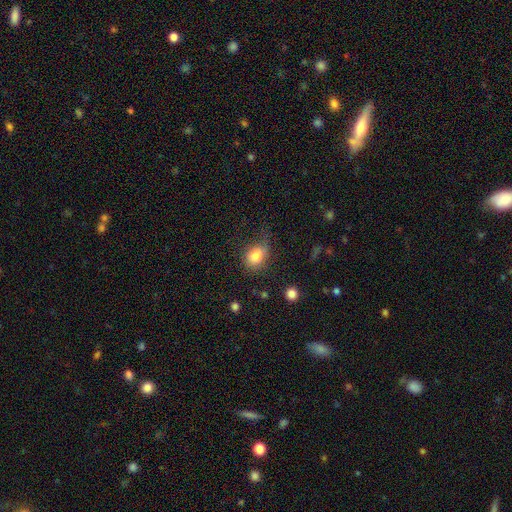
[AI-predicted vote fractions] Smooth or featured? smooth (80%)
How rounded? in between (60%)
Merging? none (55%)